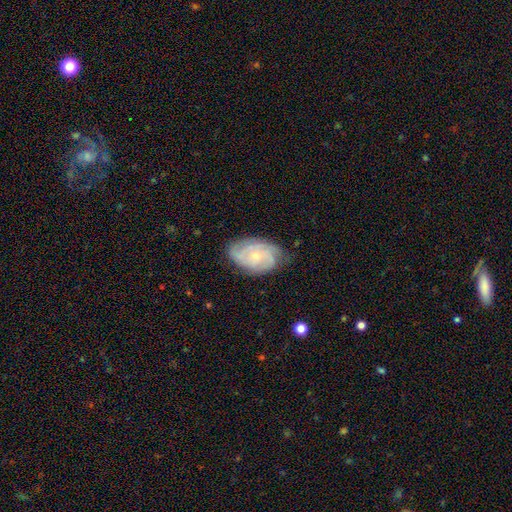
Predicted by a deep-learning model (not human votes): smooth-or-featured: featured or disk: 73% | smooth: 21% | star or artifact: 6%
  disk-edge-on: no: 96% | yes: 4%
    bar: no: 76% | weak: 21% | strong: 3%
    has-spiral-arms: yes: 93% | no: 7%
      spiral-winding: tight: 61% | medium: 31% | loose: 8%
      spiral-arm-count: can't tell: 33% | 3: 26% | 2: 19% | 4: 13% | more than 4: 5% | 1: 5%
    bulge-size: small: 71% | moderate: 24% | none: 4% | large: 1% | dominant: 1%
  merging: none: 70% | minor disturbance: 23% | major disturbance: 6% | merger: 1%